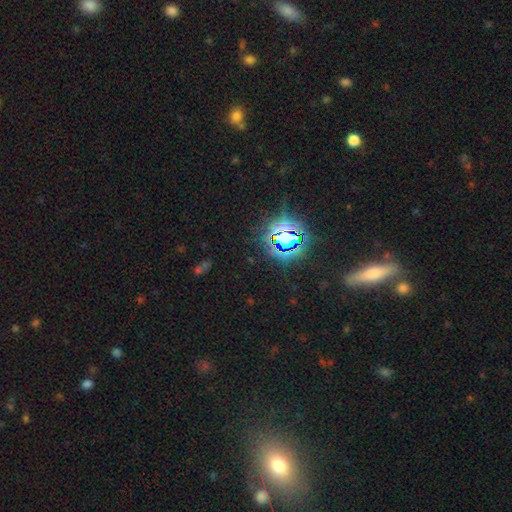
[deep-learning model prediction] smooth-or-featured: star or artifact: 72% | smooth: 18% | featured or disk: 10%